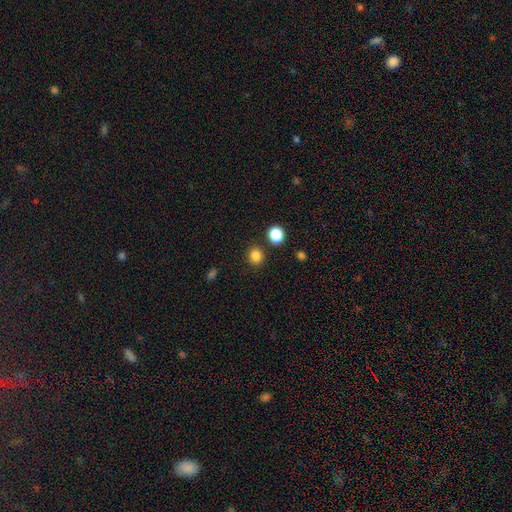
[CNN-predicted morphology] This is clearly a smooth galaxy (84%). How rounded: clearly round (82%). Merging: clearly none (86%).